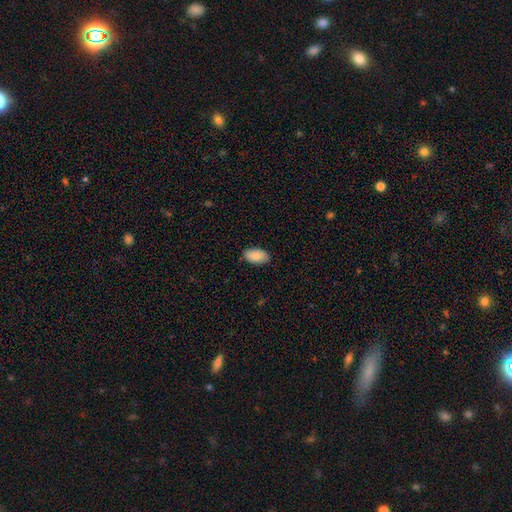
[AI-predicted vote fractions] The model was most divided on "merging": none: 85%, minor disturbance: 12%, major disturbance: 2%, merger: 1%. More confident: how rounded — in between (95%); smooth or featured — smooth (88%).